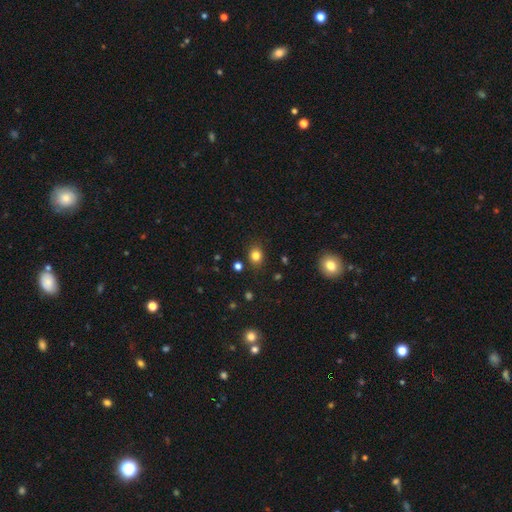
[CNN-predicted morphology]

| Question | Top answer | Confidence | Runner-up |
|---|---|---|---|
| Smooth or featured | smooth | 81% | star or artifact (13%) |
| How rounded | round | 66% | in between (33%) |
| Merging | none | 85% | minor disturbance (10%) |